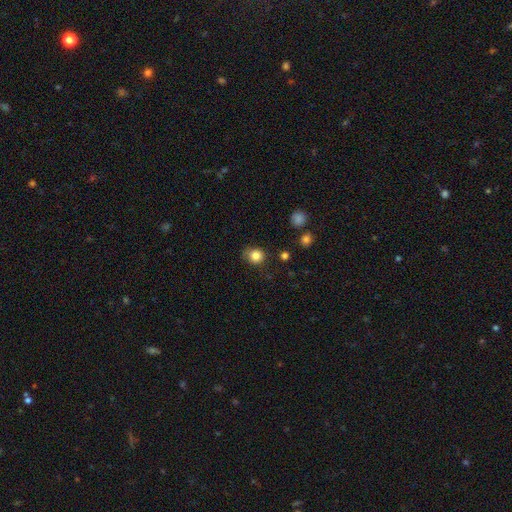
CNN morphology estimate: smooth 84%, star or artifact 11%, featured or disk 5%. Down the decision tree: how rounded — round (85%); merging — none (74%).